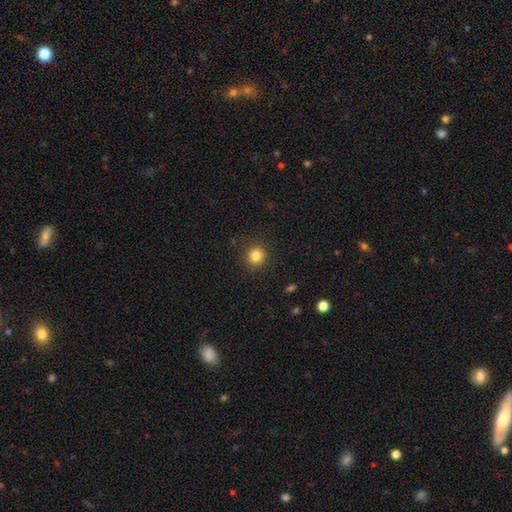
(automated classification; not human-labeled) This appears to be a smooth galaxy with no disk features (83%) that is round (93%). Merging: none (91%).